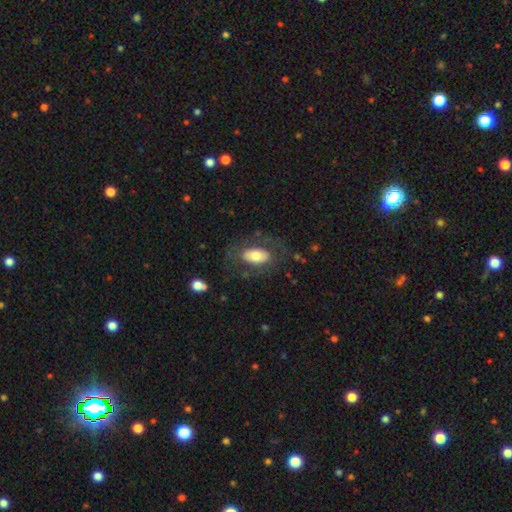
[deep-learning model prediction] The model was most divided on "smooth or featured": smooth: 57%, featured or disk: 37%, star or artifact: 6%. More confident: how rounded — in between (91%); merging — none (68%).